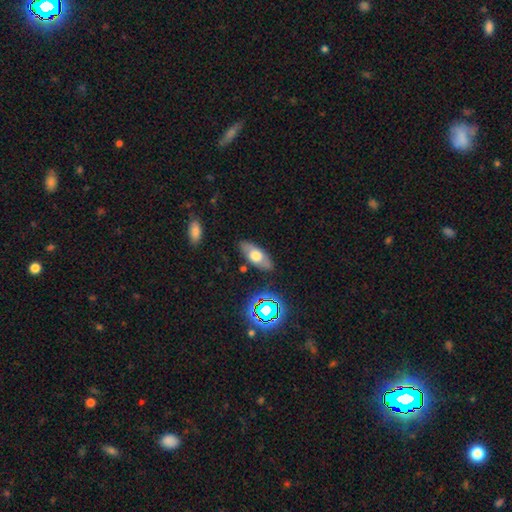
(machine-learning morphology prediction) Smooth or featured?
  - smooth: 56% *
  - featured or disk: 34%
  - star or artifact: 10%
How rounded?
  - in between: 83% *
  - cigar-shaped: 13%
  - round: 4%
Merging?
  - none: 83% *
  - minor disturbance: 12%
  - major disturbance: 3%
  - merger: 2%